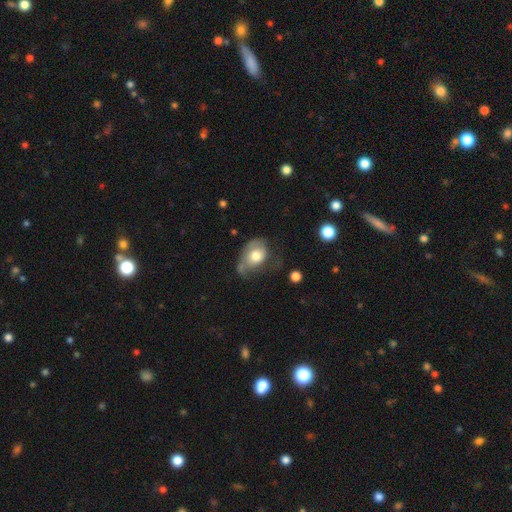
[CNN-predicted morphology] Q: Smooth or featured?
A: smooth (56%); runner-up: featured or disk (37%)
Q: How rounded?
A: in between (74%); runner-up: round (25%)
Q: Merging?
A: major disturbance (36%); runner-up: minor disturbance (31%)